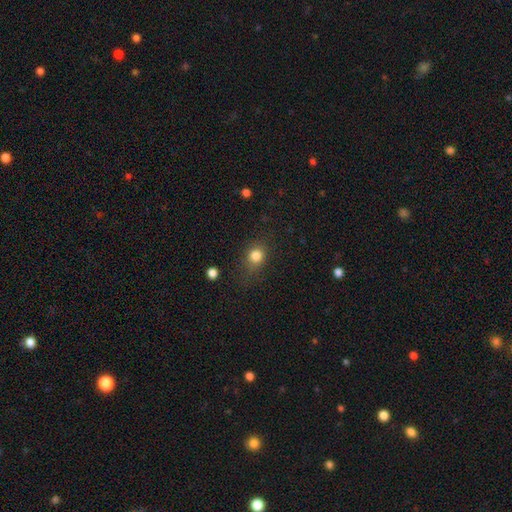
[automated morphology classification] This is clearly a smooth galaxy (82%). How rounded: likely round (68%). Merging: likely none (71%).